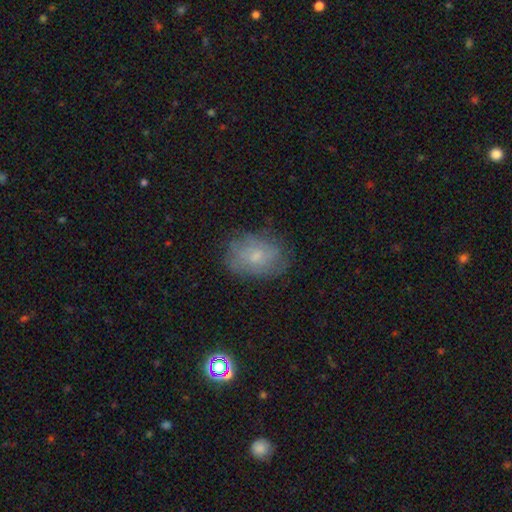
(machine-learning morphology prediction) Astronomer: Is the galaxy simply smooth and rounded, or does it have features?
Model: smooth — 52% (runner-up: featured or disk, 37%).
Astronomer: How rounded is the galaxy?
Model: in between — 75%.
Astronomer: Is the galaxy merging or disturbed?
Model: none — 70%.